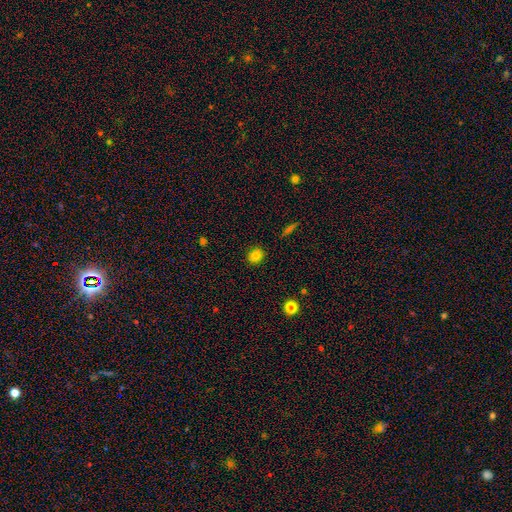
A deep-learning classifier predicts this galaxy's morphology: The model was most divided on "how rounded": round: 72%, in between: 27%, cigar-shaped: 1%. More confident: merging — none (88%); smooth or featured — smooth (82%).